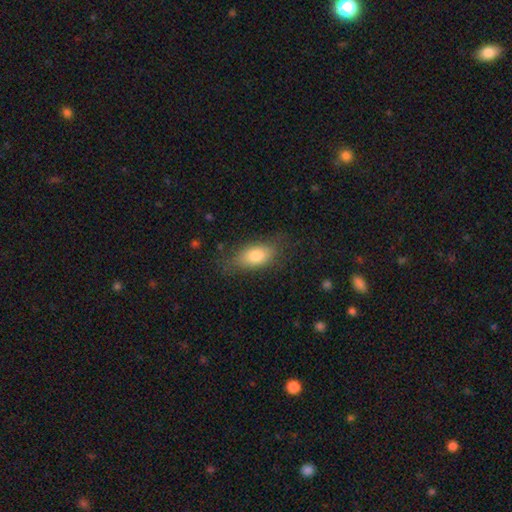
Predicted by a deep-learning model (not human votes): A smooth galaxy with no disk features (77%) that is in between round and cigar-shaped (85%).

Vote fractions:
- Smooth or featured? smooth: 77% / featured or disk: 15% / star or artifact: 8%
- How rounded? in between: 85% / cigar-shaped: 9% / round: 6%
- Merging? none: 72% / minor disturbance: 20% / major disturbance: 7% / merger: 1%